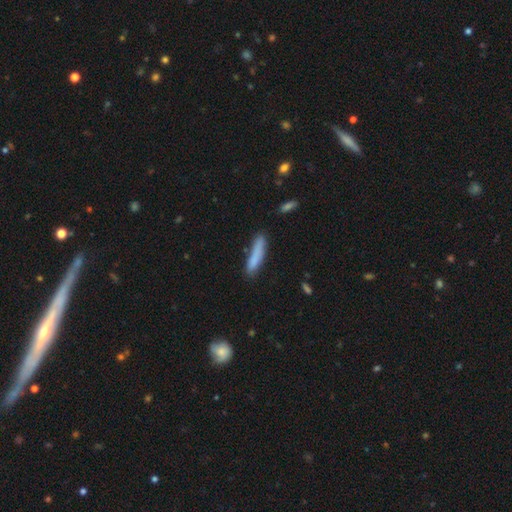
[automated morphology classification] This appears to be a smooth galaxy with no disk features (82%) that is cigar-shaped (89%). Merging: none (78%).